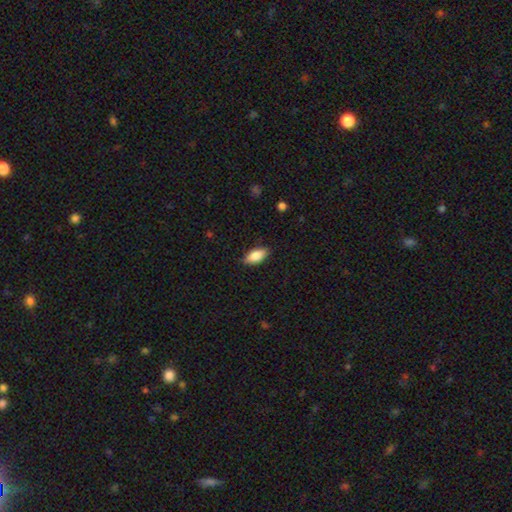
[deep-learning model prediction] smooth-or-featured: smooth: 83% | featured or disk: 10% | star or artifact: 7%
  how-rounded: in between: 87% | cigar-shaped: 10% | round: 3%
  merging: none: 85% | minor disturbance: 12% | major disturbance: 2% | merger: 1%